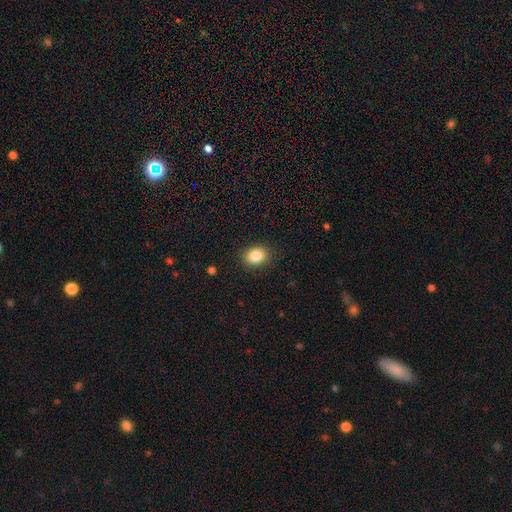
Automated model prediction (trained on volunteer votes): smooth-or-featured: smooth: 85% | star or artifact: 10% | featured or disk: 5%
  how-rounded: in between: 52% | round: 47% | cigar-shaped: 1%
  merging: none: 87% | minor disturbance: 9% | major disturbance: 3% | merger: 1%